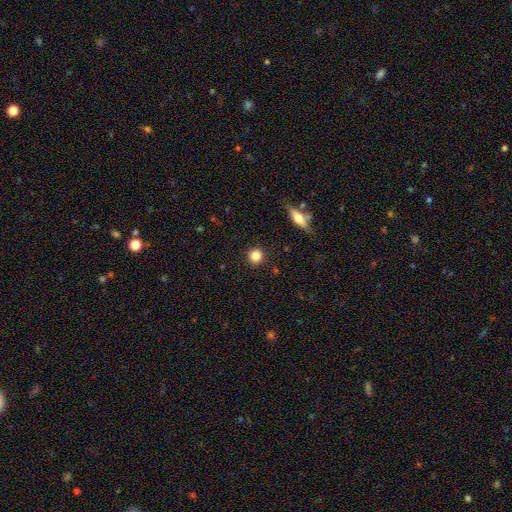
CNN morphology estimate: Smooth or featured? Predicted: smooth (p=0.84). How rounded? Predicted: round (p=0.94). Merging? Predicted: none (p=0.92).